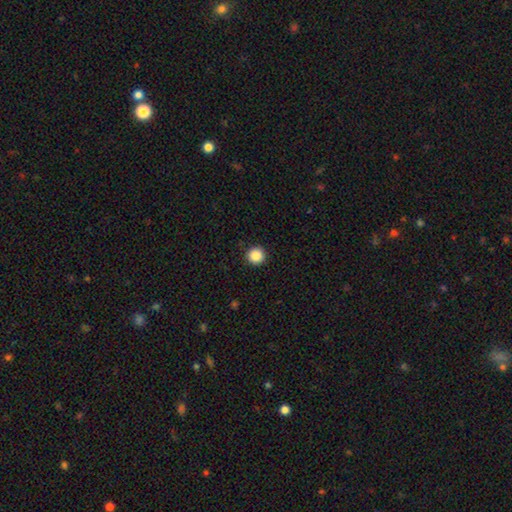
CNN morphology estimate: A smooth galaxy with no disk features (87%) that is round (96%). Merging: none (93%).